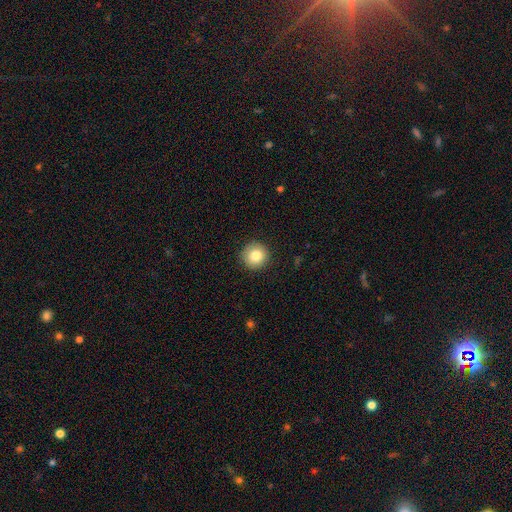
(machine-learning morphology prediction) Smooth or featured? smooth (82%)
How rounded? round (95%)
Merging? none (91%)